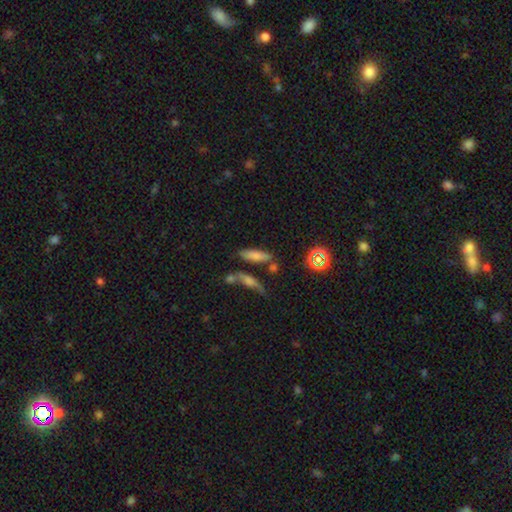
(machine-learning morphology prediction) smooth_or_featured: smooth (p=0.71) [alt: featured or disk p=0.17]
how_rounded: cigar-shaped (p=0.58) [alt: in between p=0.38]
merging: none (p=0.66) [alt: merger p=0.15]